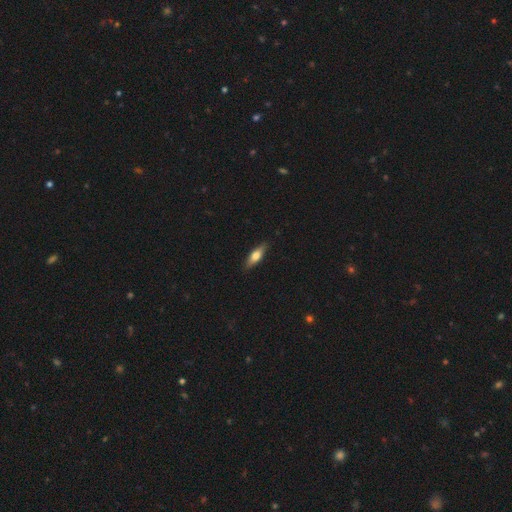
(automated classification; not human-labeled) This is likely a smooth galaxy (61%). How rounded: possibly in between (50%). Merging: clearly none (87%).